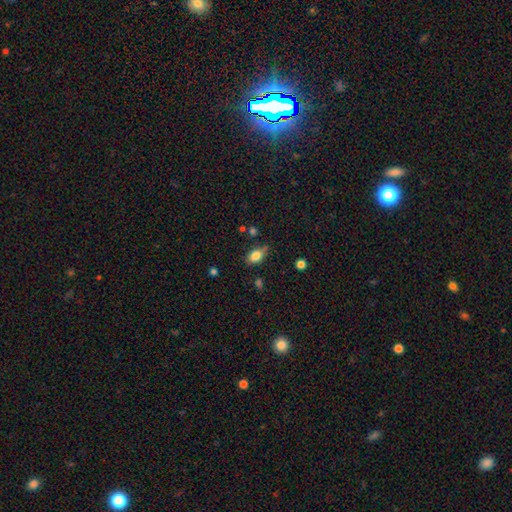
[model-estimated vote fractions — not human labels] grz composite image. It shows a smooth galaxy with no disk features (82%) that is in between round and cigar-shaped (85%). Merging: none (69%).